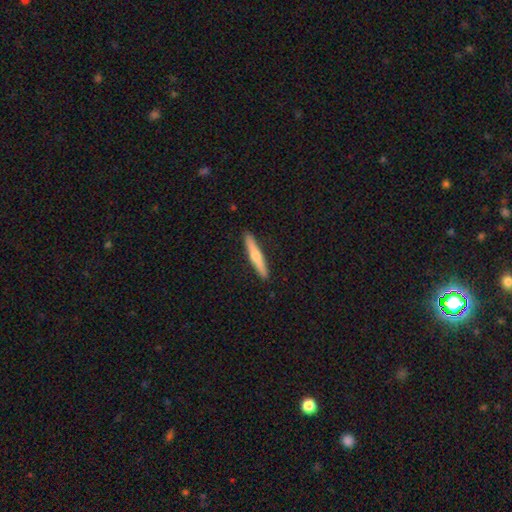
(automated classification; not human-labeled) A smooth galaxy with no disk features (54%) that is cigar-shaped (93%). Merging: none (91%).